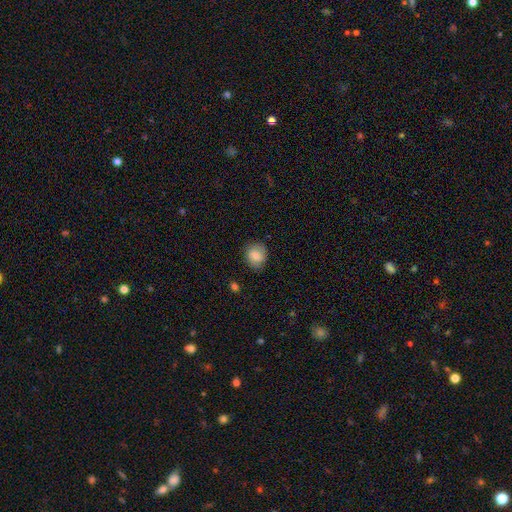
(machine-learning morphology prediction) type=smooth (75%); roundness=round (71%); merging=none (77%).